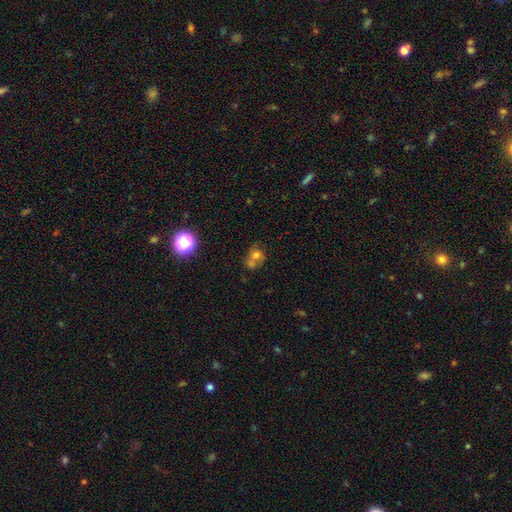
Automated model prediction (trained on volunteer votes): Q: Smooth or featured?
A: smooth (59%); runner-up: featured or disk (21%)
Q: How rounded?
A: round (69%); runner-up: in between (30%)
Q: Merging?
A: merger (51%); runner-up: none (33%)